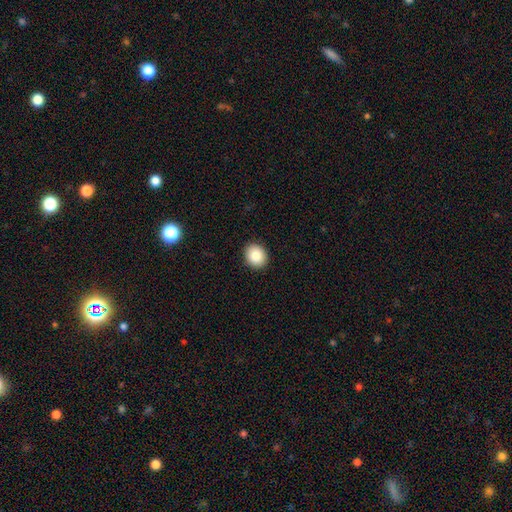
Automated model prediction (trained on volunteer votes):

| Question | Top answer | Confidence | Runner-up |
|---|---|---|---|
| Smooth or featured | smooth | 84% | star or artifact (9%) |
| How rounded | round | 69% | in between (30%) |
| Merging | none | 92% | minor disturbance (6%) |